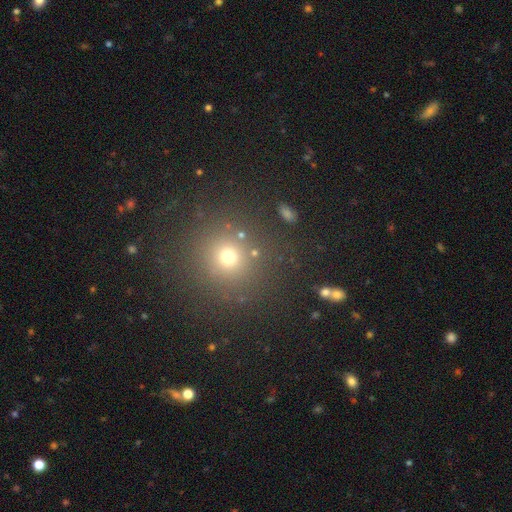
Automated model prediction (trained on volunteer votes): This is possibly a smooth galaxy (55%). How rounded: clearly round (93%). Merging: clearly none (86%).